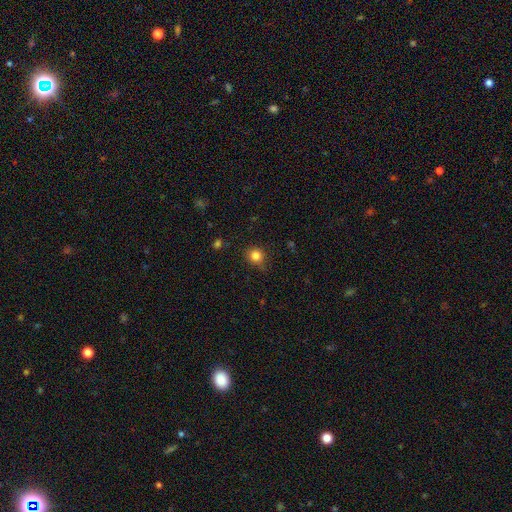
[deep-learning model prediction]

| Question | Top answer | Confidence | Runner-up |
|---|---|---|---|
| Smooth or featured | smooth | 83% | star or artifact (12%) |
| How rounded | round | 88% | in between (11%) |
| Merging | none | 81% | minor disturbance (14%) |